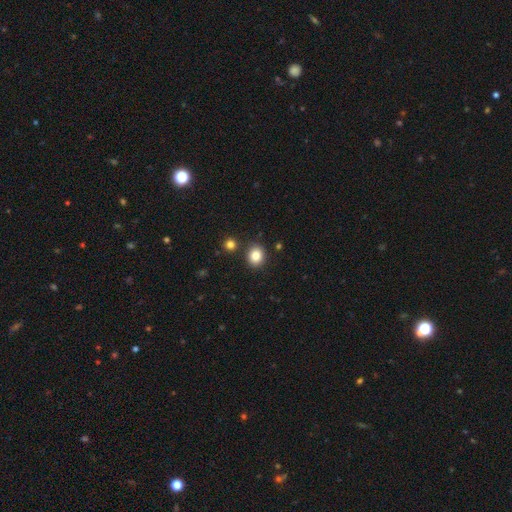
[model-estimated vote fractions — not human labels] Smooth or featured: smooth — 84% (star or artifact — 11%)
How rounded: round — 68% (in between — 31%)
Merging: none — 85% (minor disturbance — 8%)